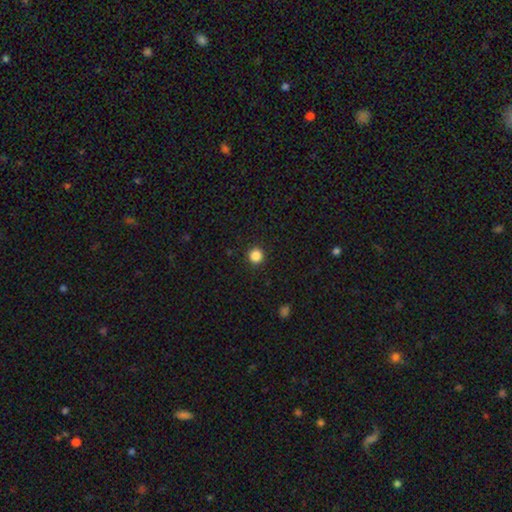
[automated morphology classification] Smooth or featured? smooth (86%)
How rounded? round (95%)
Merging? none (93%)